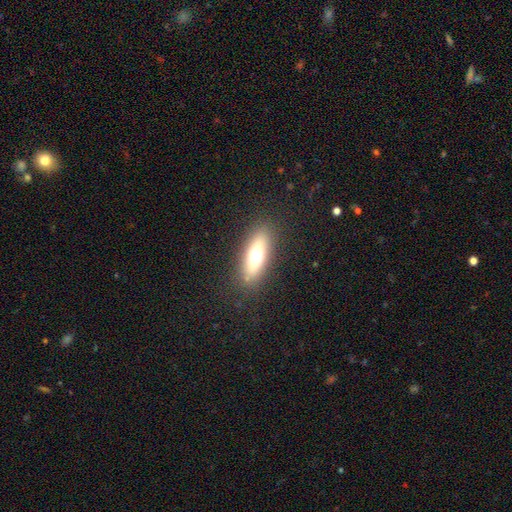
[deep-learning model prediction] The model was most divided on "how rounded": in between: 59%, cigar-shaped: 36%, round: 5%. More confident: merging — none (85%); smooth or featured — smooth (60%).